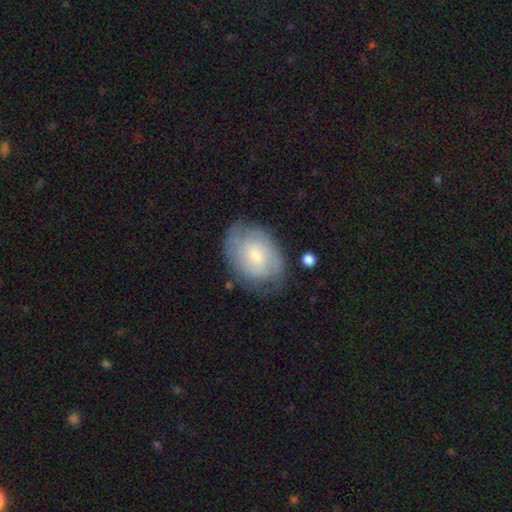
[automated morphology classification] smooth_or_featured: featured or disk (p=0.53) [alt: smooth p=0.41]
disk_edge_on: no (p=0.96) [alt: yes p=0.04]
bar: no (p=0.71) [alt: weak p=0.26]
has_spiral_arms: yes (p=0.78) [alt: no p=0.22]
bulge_size: small (p=0.57) [alt: moderate p=0.37]
merging: none (p=0.65) [alt: minor disturbance p=0.25]